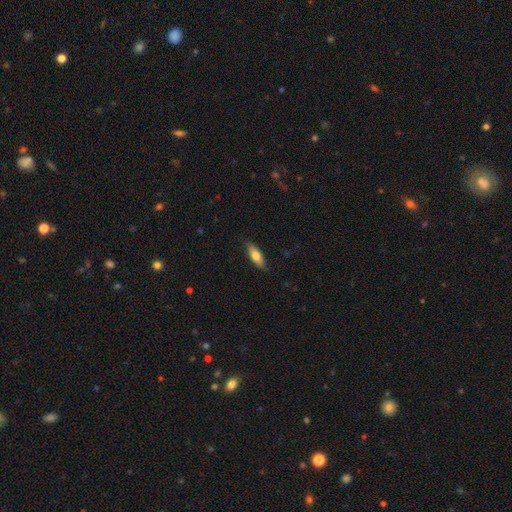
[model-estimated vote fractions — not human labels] Morphology: type=smooth (70%); roundness=in between (63%); merging=none (83%).